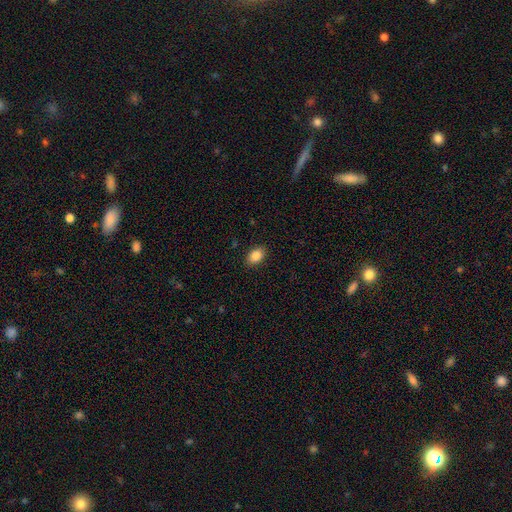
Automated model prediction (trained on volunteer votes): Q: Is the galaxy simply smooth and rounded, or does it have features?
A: smooth — 86%.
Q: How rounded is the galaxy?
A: in between — 84%.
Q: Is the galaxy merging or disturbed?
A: none — 89%.